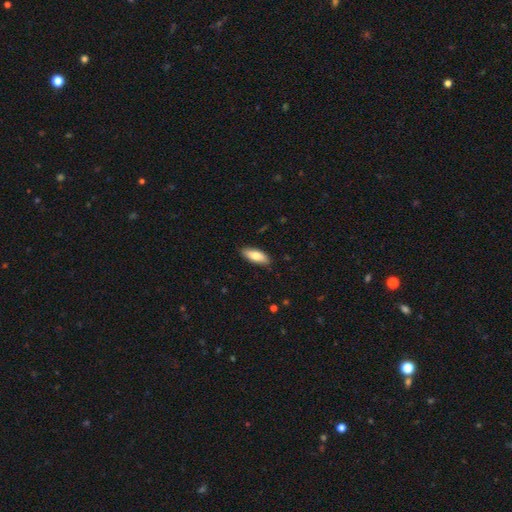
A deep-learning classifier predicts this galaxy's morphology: The model was most divided on "how rounded": in between: 76%, cigar-shaped: 22%, round: 2%. More confident: merging — none (88%); smooth or featured — smooth (78%).